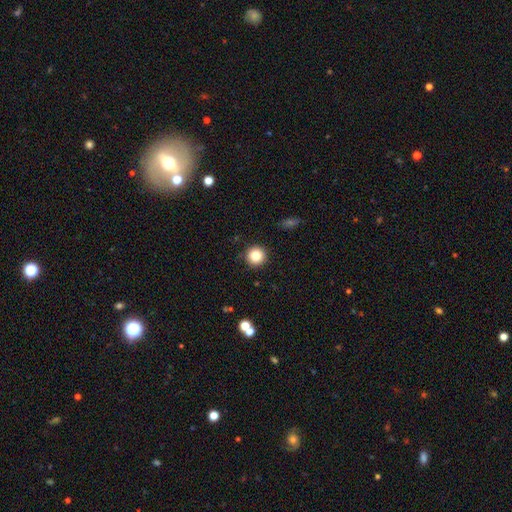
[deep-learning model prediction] smooth_or_featured: smooth (p=0.82) [alt: star or artifact p=0.11]
how_rounded: round (p=0.95) [alt: in between p=0.04]
merging: none (p=0.91) [alt: minor disturbance p=0.06]